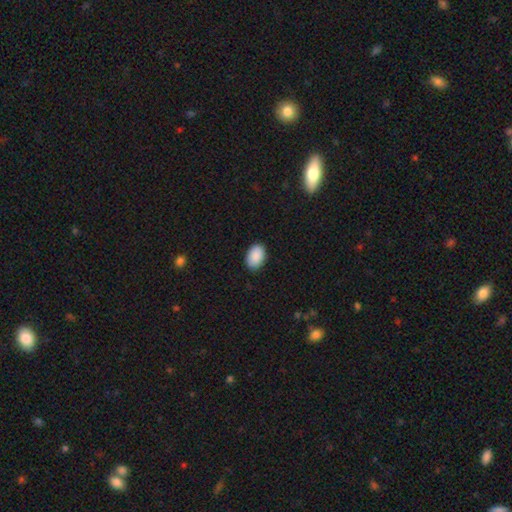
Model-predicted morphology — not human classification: Smooth or featured? smooth (91%)
How rounded? in between (88%)
Merging? none (88%)